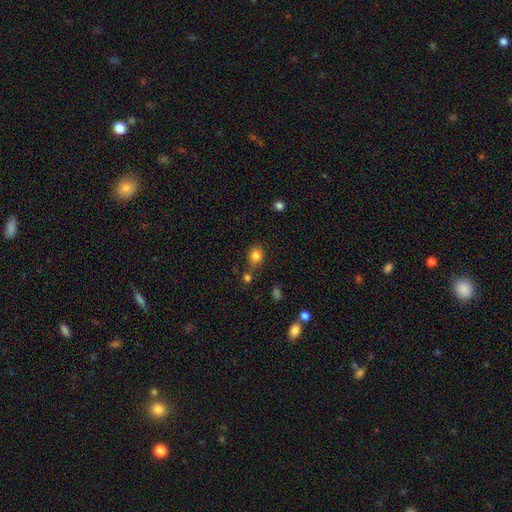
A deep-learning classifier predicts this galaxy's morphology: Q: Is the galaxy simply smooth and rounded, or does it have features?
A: smooth — 82%.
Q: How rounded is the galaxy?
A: round — 61%.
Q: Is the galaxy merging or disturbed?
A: none — 63%.